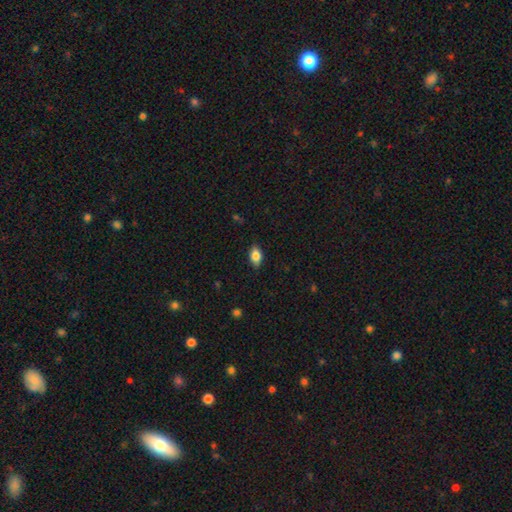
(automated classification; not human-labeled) This appears to be a smooth galaxy with no disk features (82%) that is in between round and cigar-shaped (88%). Merging: none (85%).